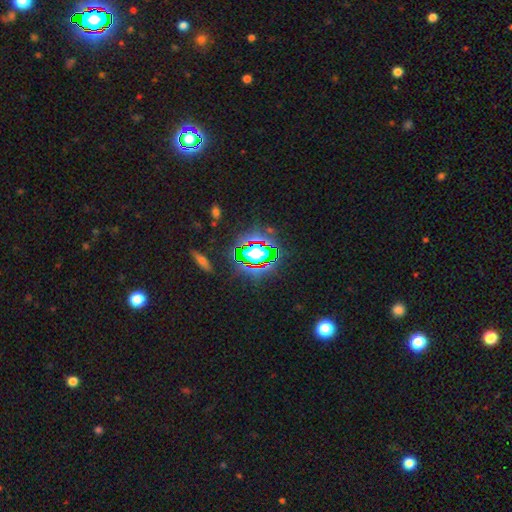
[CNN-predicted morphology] Smooth or featured?
  - star or artifact: 68% *
  - smooth: 19%
  - featured or disk: 13%